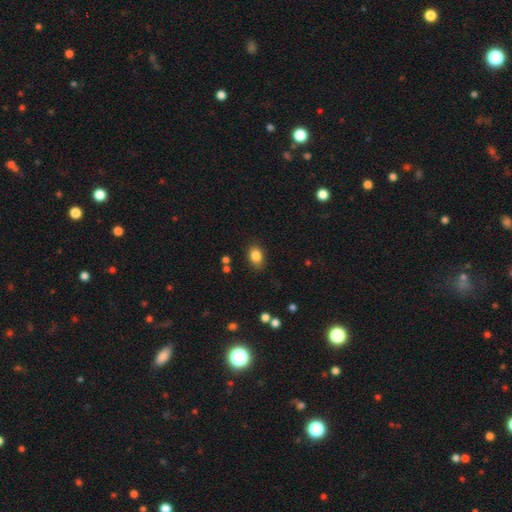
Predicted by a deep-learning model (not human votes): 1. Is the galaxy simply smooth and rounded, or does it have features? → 84% smooth, 9% star or artifact, 6% featured or disk.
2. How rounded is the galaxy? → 73% in between, 25% round, 1% cigar-shaped.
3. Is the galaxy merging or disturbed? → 82% none, 13% minor disturbance, 3% major disturbance, 2% merger.